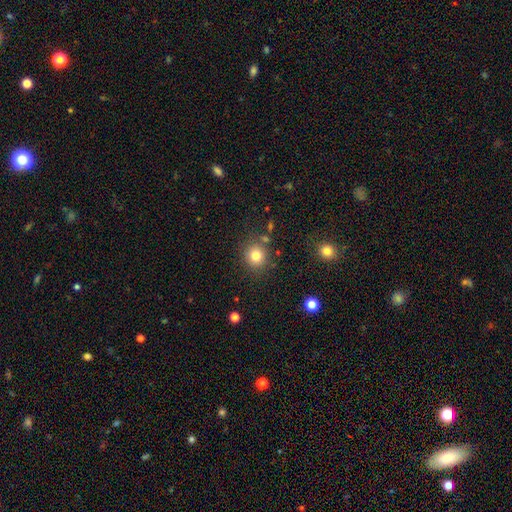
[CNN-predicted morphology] A smooth galaxy with no disk features (79%) that is round (88%).

Vote fractions:
- Smooth or featured? smooth: 79% / star or artifact: 13% / featured or disk: 8%
- How rounded? round: 88% / in between: 11% / cigar-shaped: 1%
- Merging? none: 82% / minor disturbance: 9% / merger: 5% / major disturbance: 3%